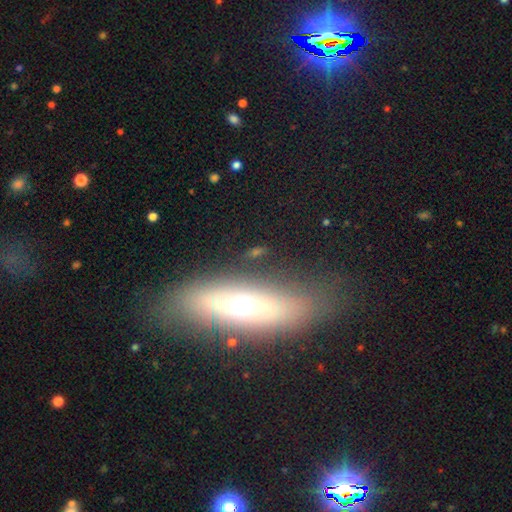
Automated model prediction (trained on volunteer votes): smooth_or_featured: smooth (p=0.46) [alt: featured or disk p=0.43]
merging: none (p=0.74) [alt: minor disturbance p=0.16]